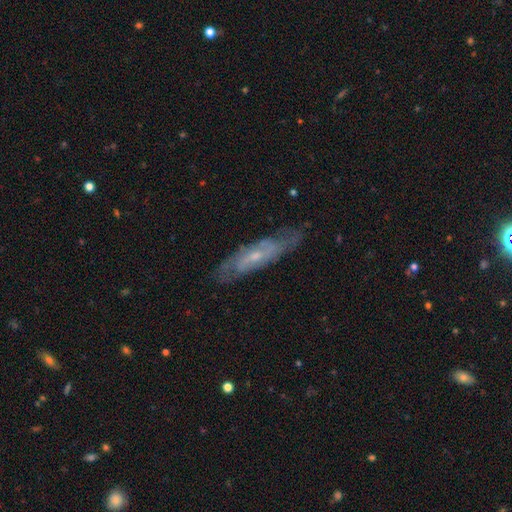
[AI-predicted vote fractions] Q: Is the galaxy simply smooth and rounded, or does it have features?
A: featured or disk — 74%.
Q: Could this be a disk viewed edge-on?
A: no — 69%.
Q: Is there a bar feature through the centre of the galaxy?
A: no — 53%.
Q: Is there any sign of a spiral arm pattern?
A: yes — 87%.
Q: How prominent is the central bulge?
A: small — 66%.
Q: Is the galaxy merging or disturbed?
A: none — 75%.